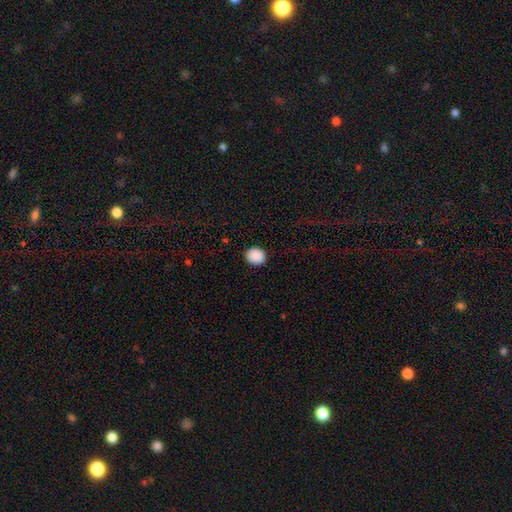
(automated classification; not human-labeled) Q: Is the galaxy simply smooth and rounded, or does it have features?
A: smooth — 90%.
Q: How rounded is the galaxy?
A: round — 77%.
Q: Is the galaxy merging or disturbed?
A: none — 91%.